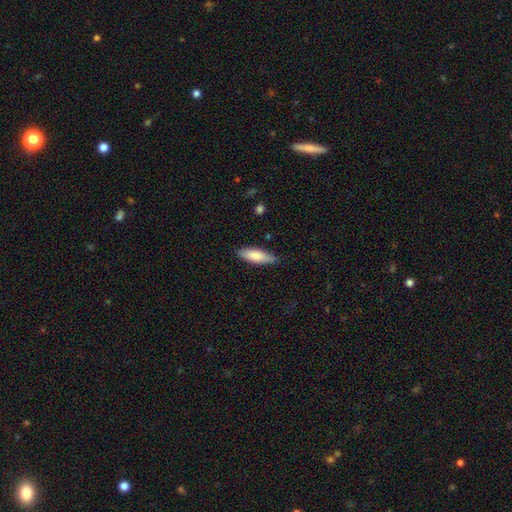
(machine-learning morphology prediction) type=smooth (81%); roundness=in between (51%); merging=none (82%).